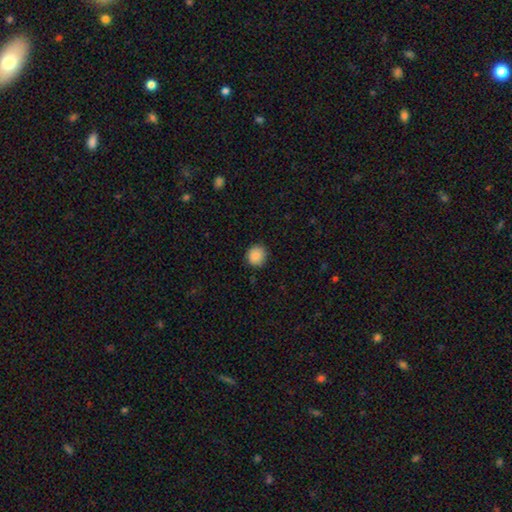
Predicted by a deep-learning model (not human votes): Smooth or featured: smooth — 88% (star or artifact — 9%)
How rounded: round — 89% (in between — 10%)
Merging: none — 88% (minor disturbance — 9%)